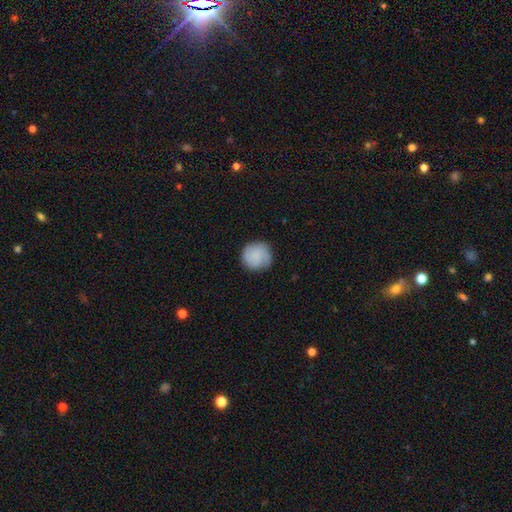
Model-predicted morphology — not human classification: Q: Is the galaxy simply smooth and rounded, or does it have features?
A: smooth — 79%.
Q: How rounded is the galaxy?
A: round — 93%.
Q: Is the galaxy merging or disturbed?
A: none — 81%.